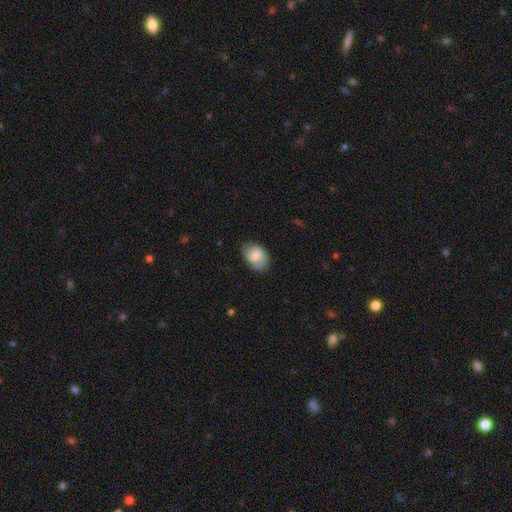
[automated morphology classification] Smooth or featured? Predicted: smooth (p=0.62). How rounded? Predicted: in between (p=0.79). Merging? Predicted: none (p=0.69).